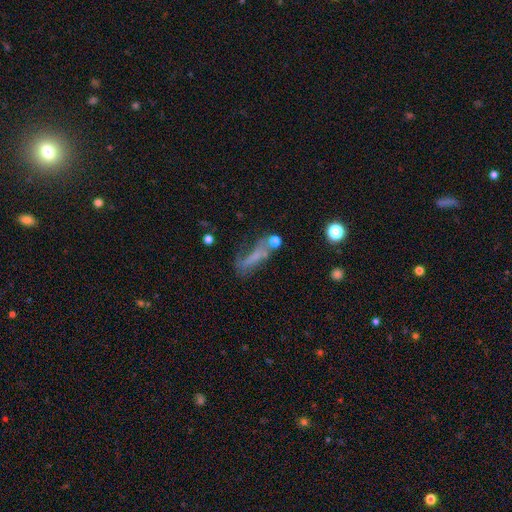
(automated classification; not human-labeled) This is possibly a smooth galaxy (48%). Merging: marginally none (38%).